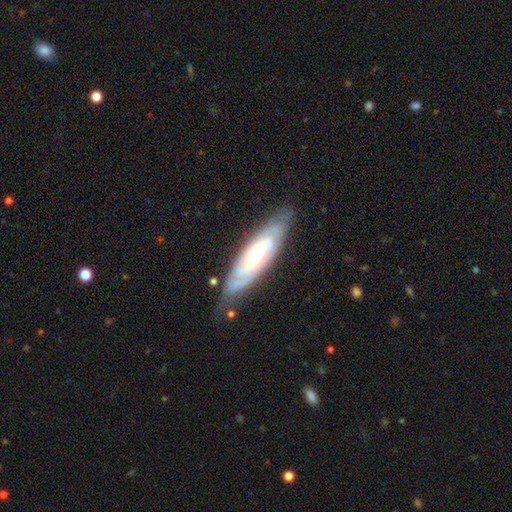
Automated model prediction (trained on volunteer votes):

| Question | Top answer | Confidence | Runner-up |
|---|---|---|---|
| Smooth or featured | featured or disk | 76% | smooth (18%) |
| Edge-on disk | no | 75% | yes (25%) |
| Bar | no | 57% | weak (30%) |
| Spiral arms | yes | 84% | no (16%) |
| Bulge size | moderate | 65% | large (17%) |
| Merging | none | 74% | minor disturbance (19%) |